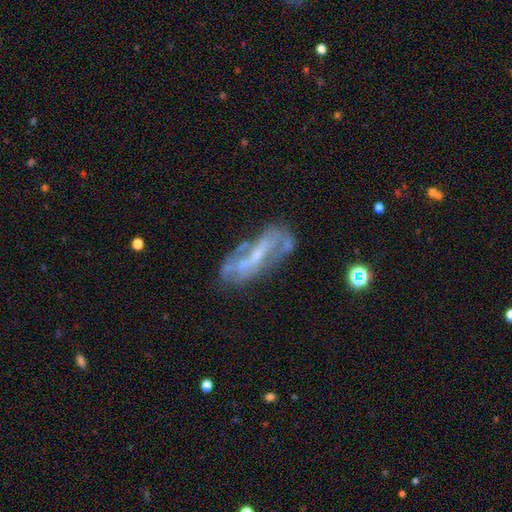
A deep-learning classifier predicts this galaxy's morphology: Q: Smooth or featured?
A: featured or disk (71%); runner-up: smooth (20%)
Q: Edge-on disk?
A: no (81%); runner-up: yes (19%)
Q: Bar?
A: weak (34%); runner-up: no (33%)
Q: Spiral arms?
A: yes (56%); runner-up: no (44%)
Q: Bulge size?
A: small (53%); runner-up: moderate (25%)
Q: Merging?
A: none (57%); runner-up: minor disturbance (22%)